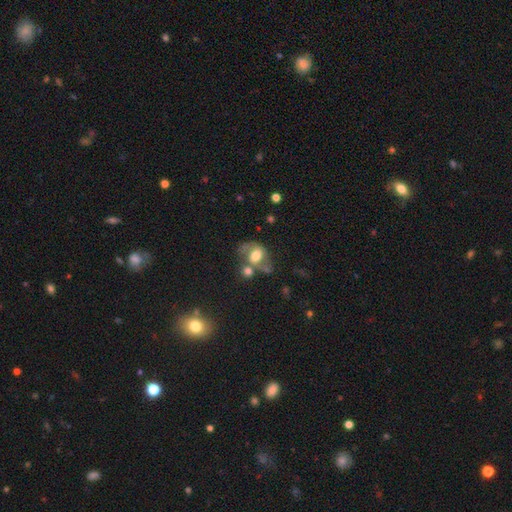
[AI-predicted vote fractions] This appears to be a smooth galaxy with no disk features (50%). Merging: none (34%).